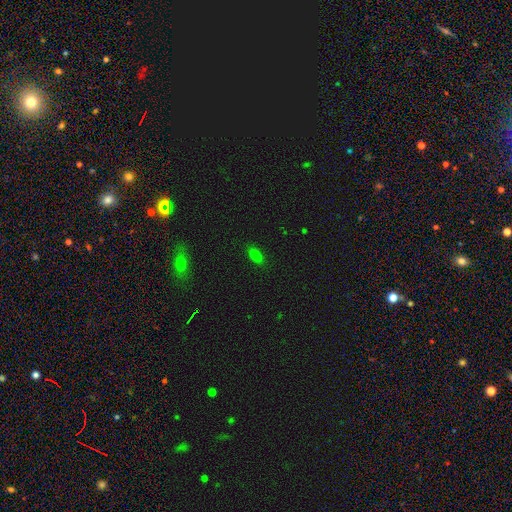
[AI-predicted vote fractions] The model was most divided on "smooth or featured": smooth: 79%, star or artifact: 16%, featured or disk: 5%. More confident: merging — none (86%); how rounded — in between (82%).